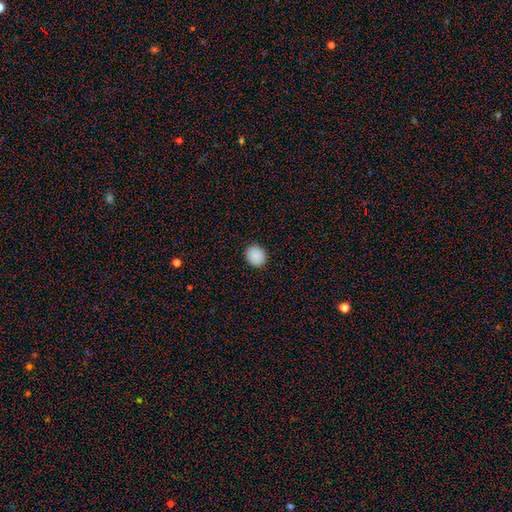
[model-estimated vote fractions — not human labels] Smooth or featured? Predicted: smooth (p=0.89). How rounded? Predicted: round (p=0.73). Merging? Predicted: none (p=0.91).